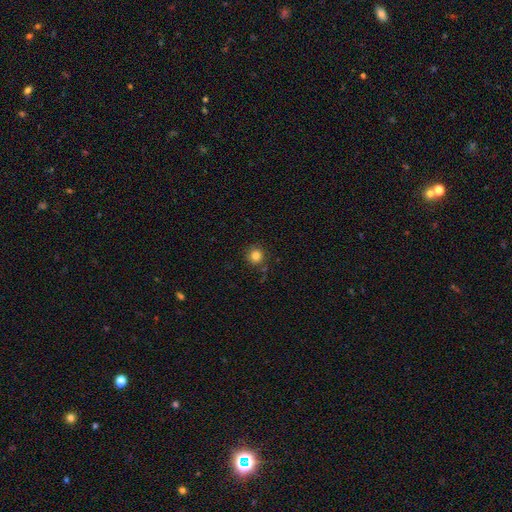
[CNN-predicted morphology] smooth_or_featured: smooth (p=0.83) [alt: star or artifact p=0.12]
how_rounded: round (p=0.93) [alt: in between p=0.06]
merging: none (p=0.84) [alt: minor disturbance p=0.10]